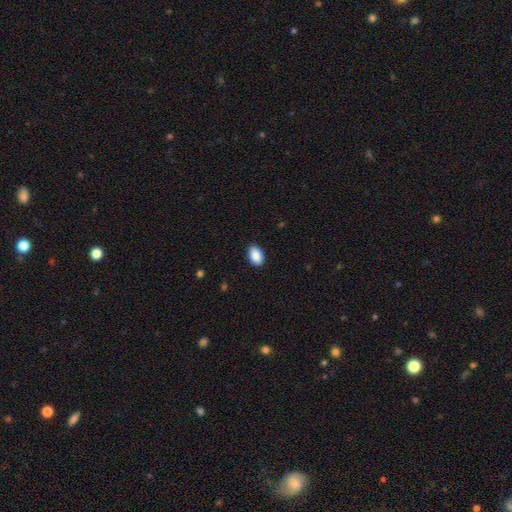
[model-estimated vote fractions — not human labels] A smooth galaxy with no disk features (90%) that is in between round and cigar-shaped (89%). Merging: none (88%).